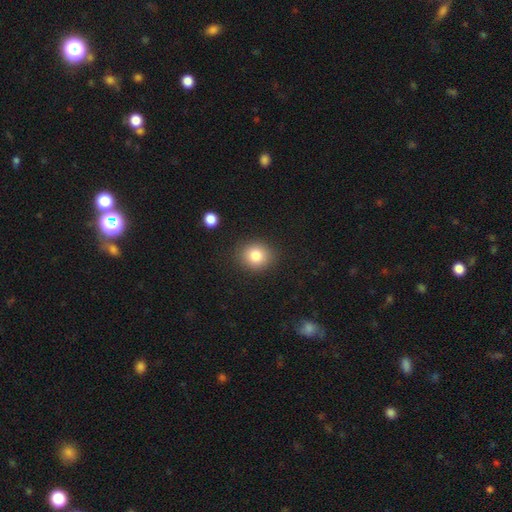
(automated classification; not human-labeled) A smooth galaxy with no disk features (82%) that is round (78%). Merging: none (87%).